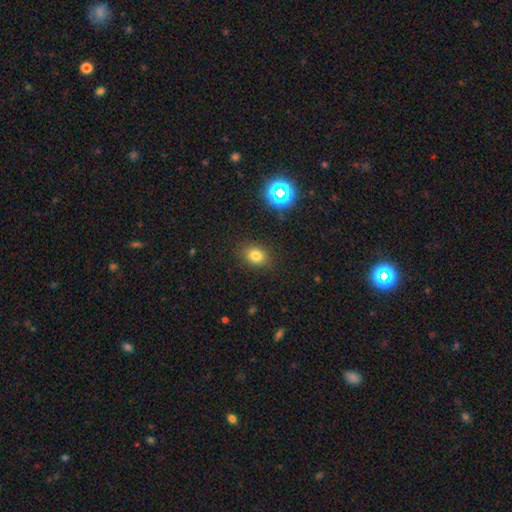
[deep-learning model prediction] A smooth galaxy with no disk features (76%) that is in between round and cigar-shaped (56%). Merging: none (85%).